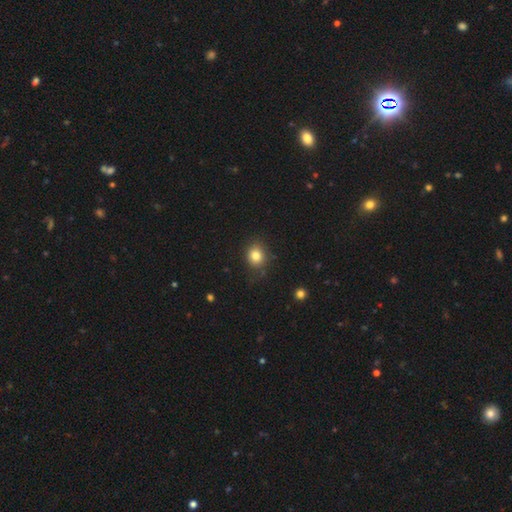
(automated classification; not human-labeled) Smooth or featured? smooth (81%)
How rounded? round (71%)
Merging? none (79%)